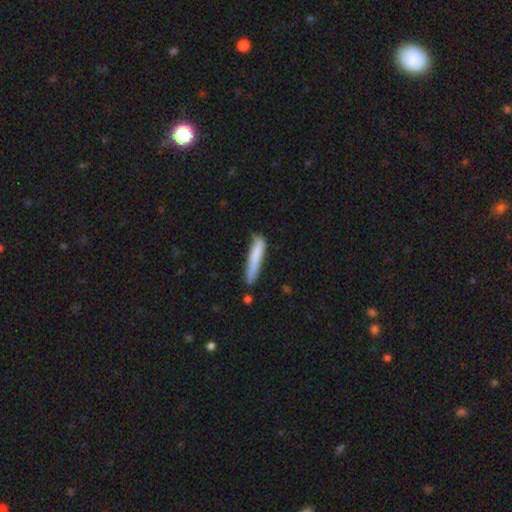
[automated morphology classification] type=smooth (78%); roundness=cigar-shaped (93%); merging=none (69%).